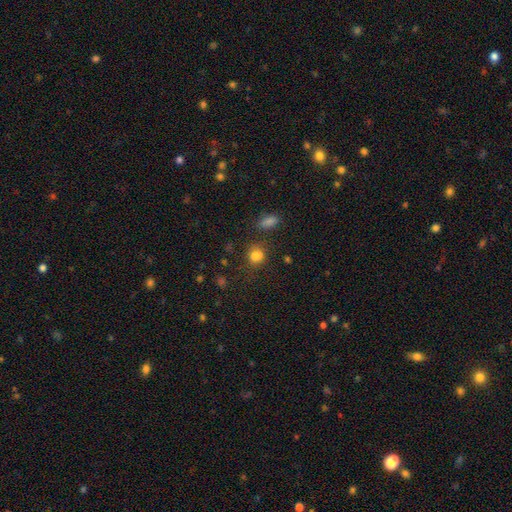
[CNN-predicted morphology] A smooth galaxy with no disk features (79%) that is round (72%). Merging: none (65%).